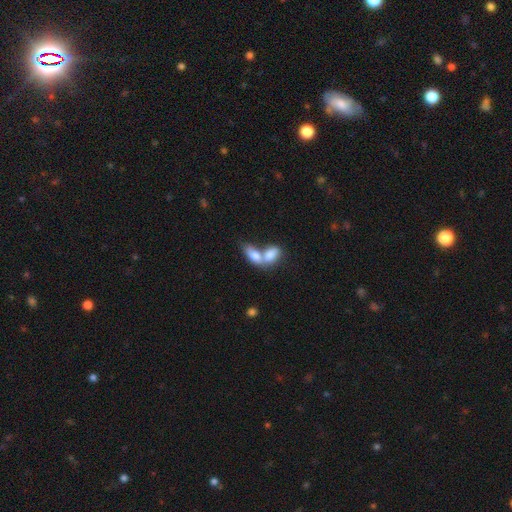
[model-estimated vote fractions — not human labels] Q: Smooth or featured?
A: smooth (79%); runner-up: featured or disk (15%)
Q: How rounded?
A: in between (87%); runner-up: cigar-shaped (7%)
Q: Merging?
A: merger (73%); runner-up: none (17%)